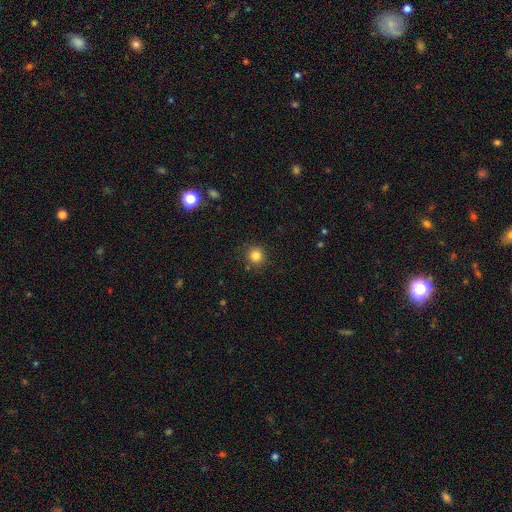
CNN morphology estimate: smooth_or_featured: smooth (p=0.82) [alt: star or artifact p=0.12]
how_rounded: round (p=0.92) [alt: in between p=0.07]
merging: none (p=0.87) [alt: minor disturbance p=0.08]